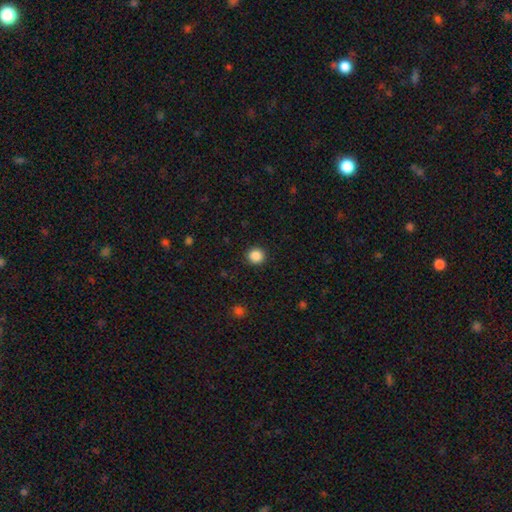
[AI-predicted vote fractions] A smooth galaxy with no disk features (87%) that is round (93%).

Vote fractions:
- Smooth or featured? smooth: 87% / star or artifact: 10% / featured or disk: 3%
- How rounded? round: 93% / in between: 6% / cigar-shaped: 1%
- Merging? none: 92% / minor disturbance: 5% / major disturbance: 2% / merger: 1%